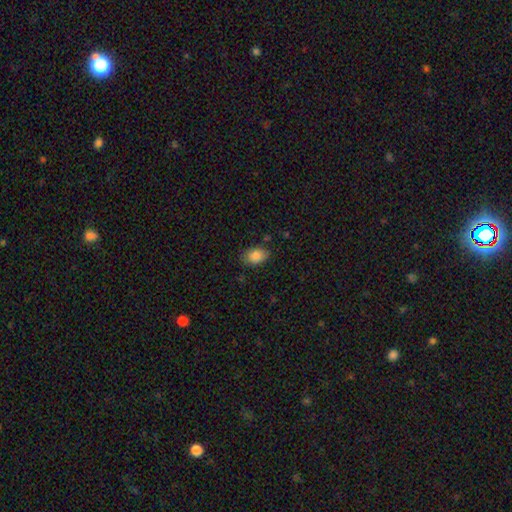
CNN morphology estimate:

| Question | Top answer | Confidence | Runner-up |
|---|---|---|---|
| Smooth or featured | smooth | 86% | star or artifact (7%) |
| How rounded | in between | 86% | round (12%) |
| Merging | none | 81% | minor disturbance (15%) |